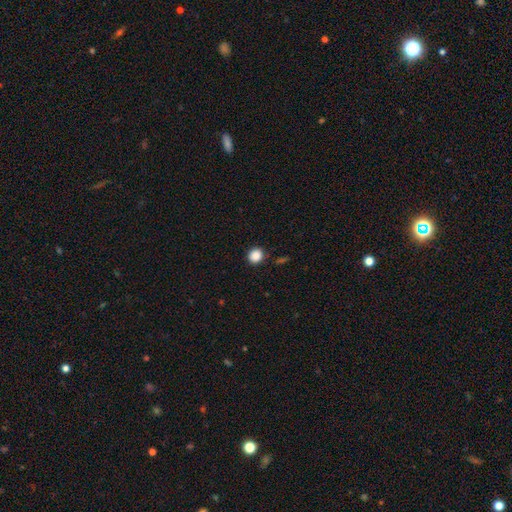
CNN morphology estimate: The model was most divided on "how rounded": round: 88%, in between: 11%, cigar-shaped: 1%. More confident: merging — none (90%); smooth or featured — smooth (87%).